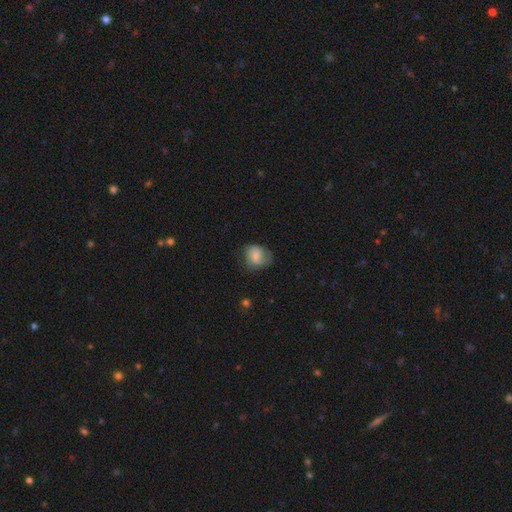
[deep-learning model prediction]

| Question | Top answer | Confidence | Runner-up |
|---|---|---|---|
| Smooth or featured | smooth | 67% | featured or disk (25%) |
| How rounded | round | 61% | in between (38%) |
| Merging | none | 55% | minor disturbance (30%) |